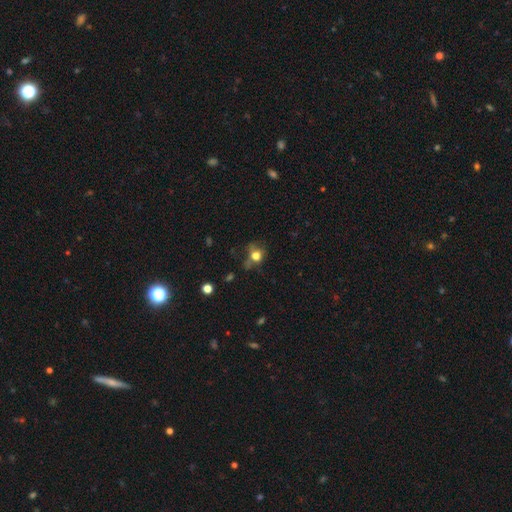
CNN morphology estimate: smooth 67%, featured or disk 18%, star or artifact 15%. Down the decision tree: how rounded — round (61%); merging — none (42%).